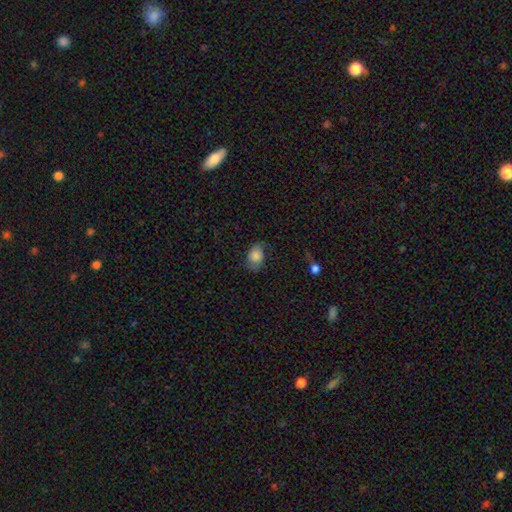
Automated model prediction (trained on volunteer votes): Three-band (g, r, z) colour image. It shows a smooth galaxy with no disk features (73%) that is in between round and cigar-shaped (72%). Merging: none (61%).